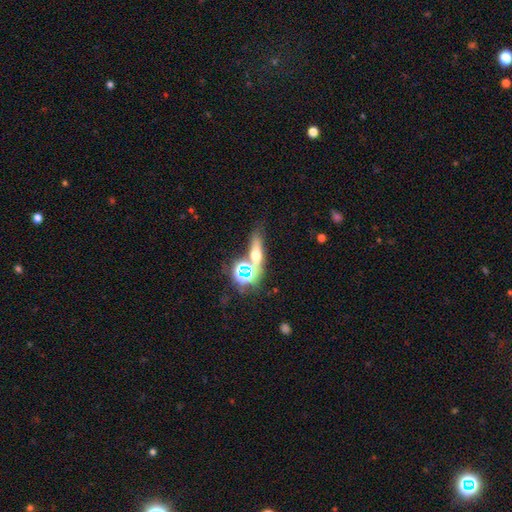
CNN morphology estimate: Overall: smooth (46%; star or artifact 31%). Merging: none (56%; merger 24%).